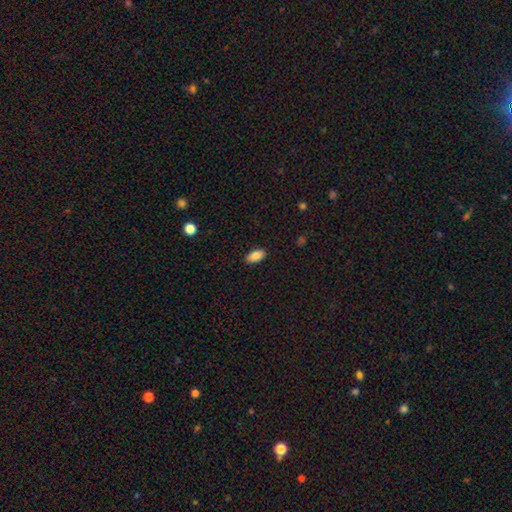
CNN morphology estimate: smooth 86%, star or artifact 8%, featured or disk 6%. Down the decision tree: how rounded — in between (92%); merging — none (87%).